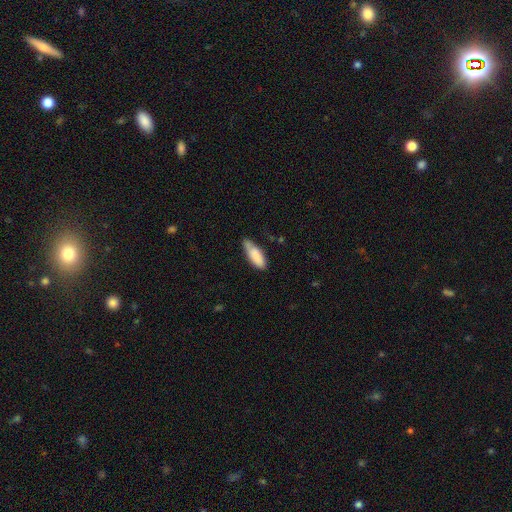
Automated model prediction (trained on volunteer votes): Overall: smooth (85%). How rounded: in between (66%; cigar-shaped 32%). Merging: none (53%; minor disturbance 37%).